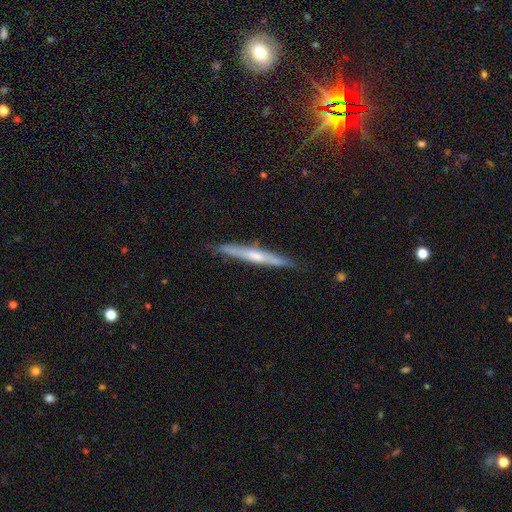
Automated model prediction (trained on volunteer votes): featured or disk 60%, smooth 33%, star or artifact 7%. Down the decision tree: edge-on disk — yes (96%); edge-on bulge — rounded (55%); merging — none (87%).